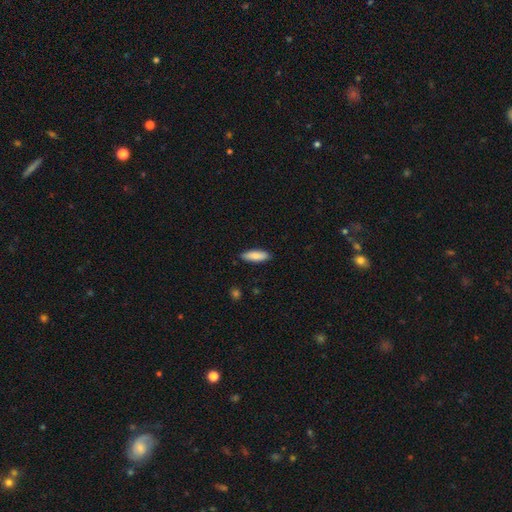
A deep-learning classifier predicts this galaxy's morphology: Smooth or featured?
  - smooth: 84% *
  - featured or disk: 10%
  - star or artifact: 6%
How rounded?
  - in between: 52% *
  - cigar-shaped: 46%
  - round: 2%
Merging?
  - none: 89% *
  - minor disturbance: 8%
  - major disturbance: 2%
  - merger: 1%